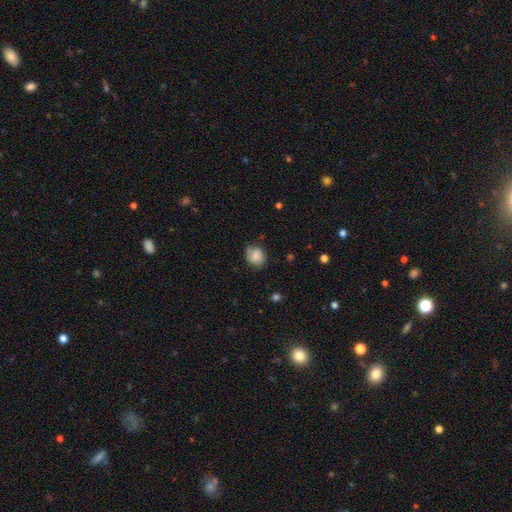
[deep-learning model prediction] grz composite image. It shows a smooth galaxy with no disk features (79%) that is round (67%). Merging: none (71%).